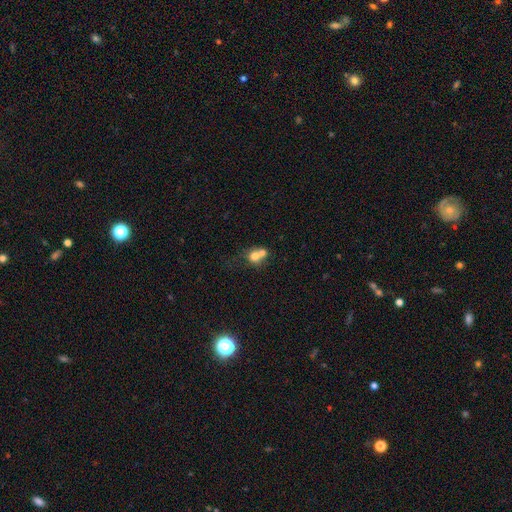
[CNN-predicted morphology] smooth-or-featured: smooth: 70% | featured or disk: 19% | star or artifact: 11%
  how-rounded: round: 72% | in between: 27% | cigar-shaped: 1%
  merging: merger: 65% | none: 25% | minor disturbance: 6% | major disturbance: 4%